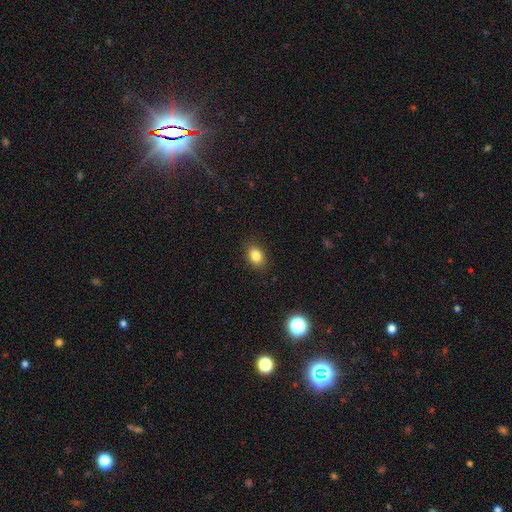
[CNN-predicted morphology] smooth-or-featured: smooth: 84% | star or artifact: 10% | featured or disk: 6%
  how-rounded: in between: 70% | round: 28% | cigar-shaped: 1%
  merging: none: 87% | minor disturbance: 9% | major disturbance: 2% | merger: 1%